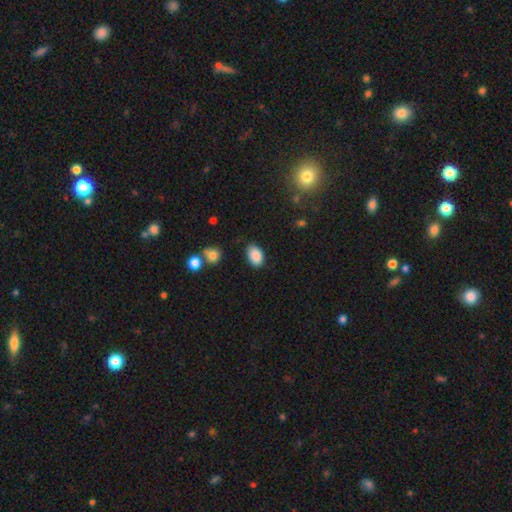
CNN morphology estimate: A smooth galaxy with no disk features (88%) that is in between round and cigar-shaped (91%). Merging: none (83%).